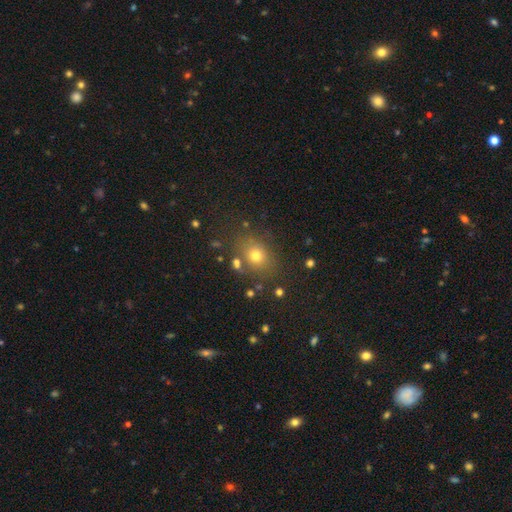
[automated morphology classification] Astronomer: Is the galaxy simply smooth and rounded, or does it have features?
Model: smooth — 71%.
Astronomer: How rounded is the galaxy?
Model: round — 52% (runner-up: in between, 47%).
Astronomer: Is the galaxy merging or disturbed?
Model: none — 77%.